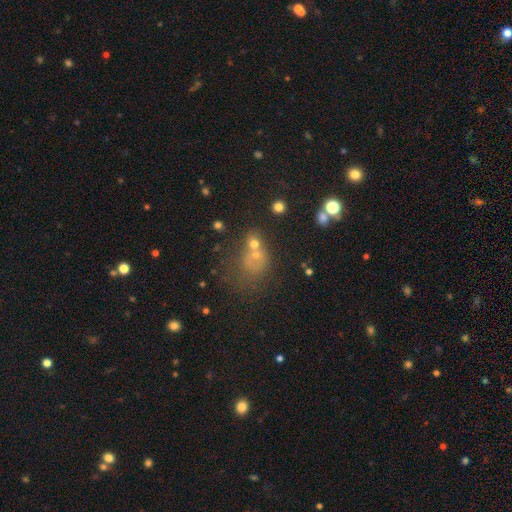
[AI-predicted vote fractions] A smooth galaxy with no disk features (55%) that is round (57%).

Vote fractions:
- Smooth or featured? smooth: 55% / star or artifact: 24% / featured or disk: 22%
- How rounded? round: 57% / in between: 41% / cigar-shaped: 2%
- Merging? merger: 44% / none: 29% / major disturbance: 15% / minor disturbance: 12%